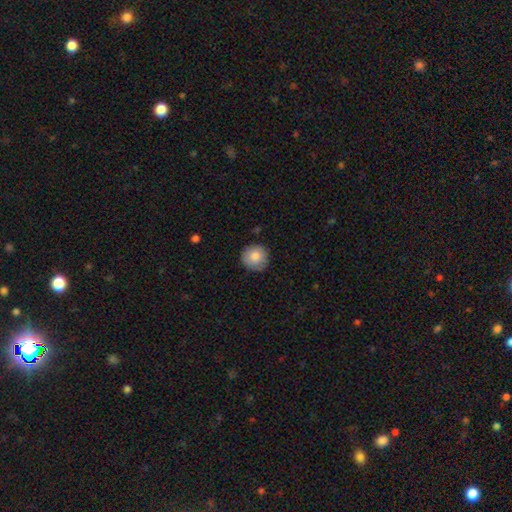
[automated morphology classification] Q: Smooth or featured?
A: smooth (79%); runner-up: featured or disk (13%)
Q: How rounded?
A: round (95%); runner-up: in between (4%)
Q: Merging?
A: none (85%); runner-up: minor disturbance (12%)